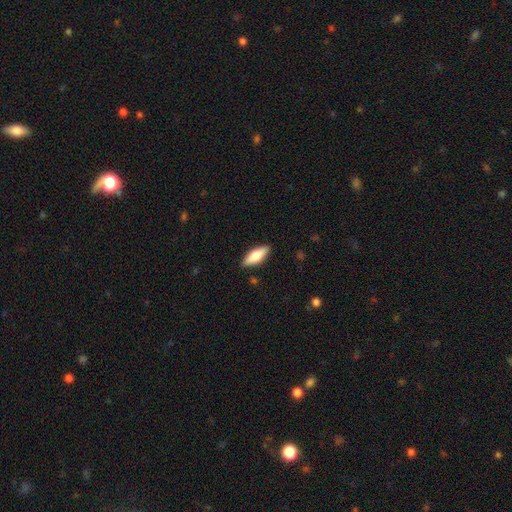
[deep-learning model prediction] Overall: smooth (67%; featured or disk 27%). How rounded: in between (64%; cigar-shaped 34%). Merging: none (88%).